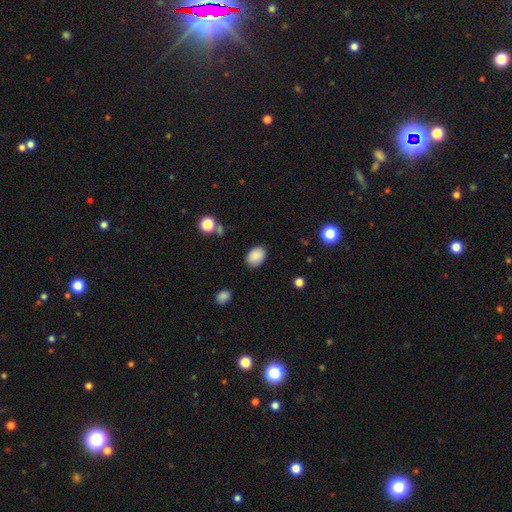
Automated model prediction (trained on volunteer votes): smooth-or-featured: smooth: 88% | star or artifact: 8% | featured or disk: 4%
  how-rounded: in between: 78% | round: 21% | cigar-shaped: 1%
  merging: none: 86% | minor disturbance: 10% | major disturbance: 3% | merger: 1%